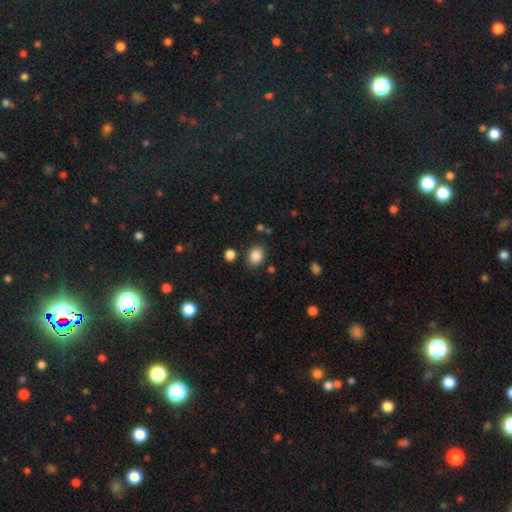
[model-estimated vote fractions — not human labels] Morphology: type=smooth (86%); roundness=in between (58%); merging=none (82%).